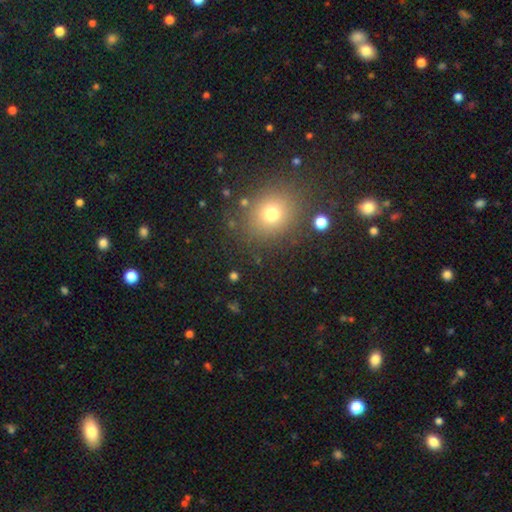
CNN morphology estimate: Smooth or featured?
  - smooth: 63% *
  - star or artifact: 29%
  - featured or disk: 8%
How rounded?
  - round: 73% *
  - in between: 25%
  - cigar-shaped: 1%
Merging?
  - none: 87% *
  - minor disturbance: 8%
  - major disturbance: 3%
  - merger: 3%